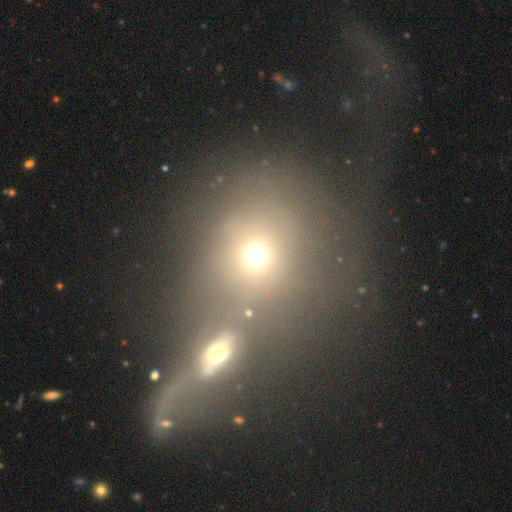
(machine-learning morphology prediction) A smooth galaxy with no disk features (62%) that is round (75%).

Vote fractions:
- Smooth or featured? smooth: 62% / featured or disk: 20% / star or artifact: 18%
- How rounded? round: 75% / in between: 23% / cigar-shaped: 2%
- Merging? merger: 48% / none: 35% / minor disturbance: 9% / major disturbance: 8%